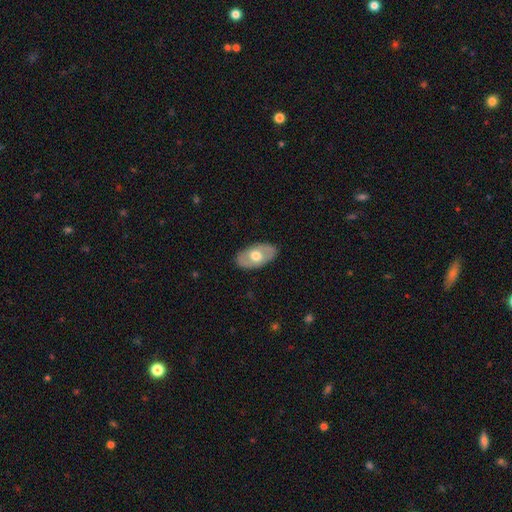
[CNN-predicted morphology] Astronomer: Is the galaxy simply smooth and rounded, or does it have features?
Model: smooth — 50% (runner-up: featured or disk, 45%).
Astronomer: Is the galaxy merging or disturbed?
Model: none — 84%.